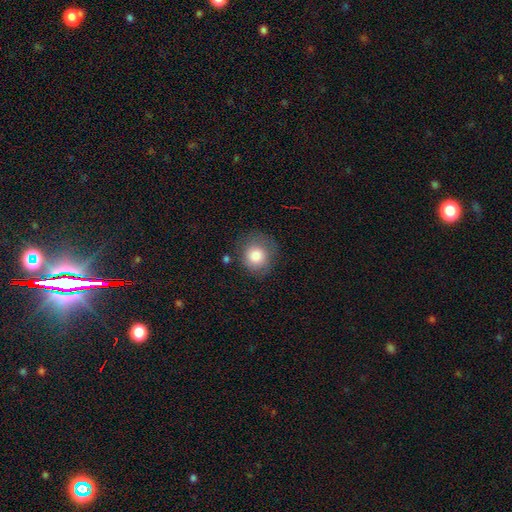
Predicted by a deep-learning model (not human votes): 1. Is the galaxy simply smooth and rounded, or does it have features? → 82% smooth, 10% featured or disk, 8% star or artifact.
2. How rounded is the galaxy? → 87% round, 13% in between, 1% cigar-shaped.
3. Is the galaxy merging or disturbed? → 74% none, 17% minor disturbance, 6% major disturbance, 3% merger.